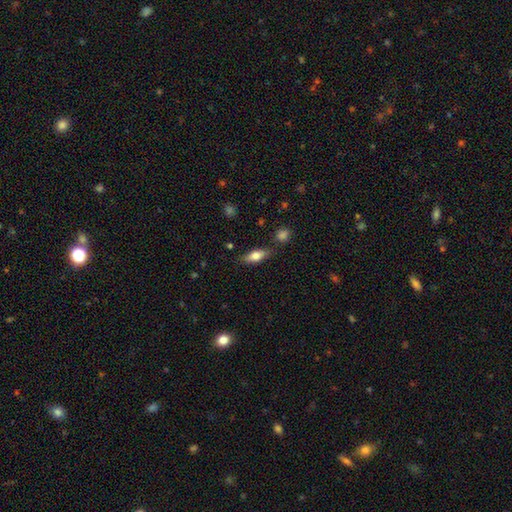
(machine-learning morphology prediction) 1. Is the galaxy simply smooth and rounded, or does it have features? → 71% smooth, 22% featured or disk, 7% star or artifact.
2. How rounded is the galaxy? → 74% in between, 23% cigar-shaped, 4% round.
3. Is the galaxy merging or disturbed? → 77% none, 15% minor disturbance, 4% merger, 4% major disturbance.